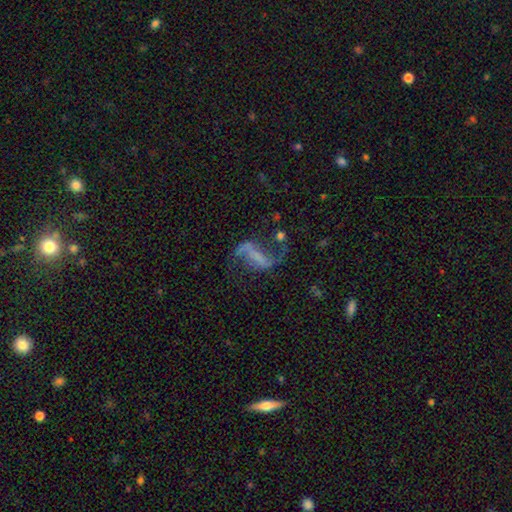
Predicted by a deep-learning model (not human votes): Morphology: type=featured or disk (81%); edge-on=no (96%); bar=strong (58%); spiral arms=yes (91%); winding=loose (82%); arm count=2 (90%); bulge=none (65%); merging=none (62%).